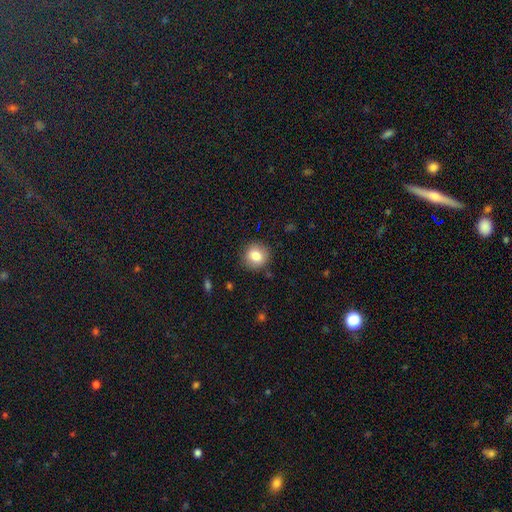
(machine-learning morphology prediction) Smooth or featured: smooth — 83% (star or artifact — 9%)
How rounded: round — 88% (in between — 11%)
Merging: none — 88% (minor disturbance — 8%)